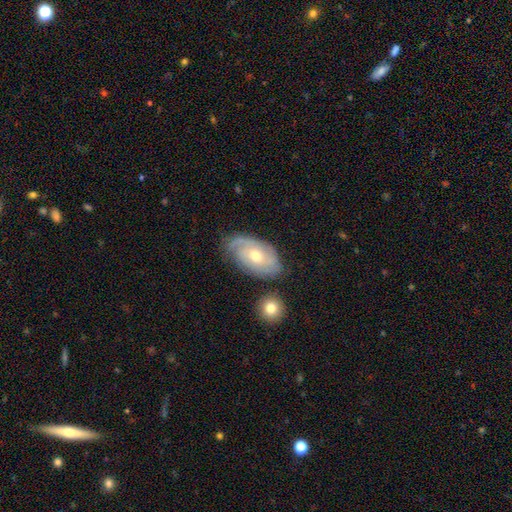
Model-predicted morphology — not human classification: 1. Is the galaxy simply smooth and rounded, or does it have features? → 72% featured or disk, 22% smooth, 6% star or artifact.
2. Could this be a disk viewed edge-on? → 93% no, 7% yes.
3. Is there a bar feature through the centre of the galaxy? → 70% no, 26% weak, 4% strong.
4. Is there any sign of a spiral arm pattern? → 89% yes, 11% no.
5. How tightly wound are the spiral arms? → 62% tight, 28% medium, 10% loose.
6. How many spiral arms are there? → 38% can't tell, 29% 2, 14% 1, 12% 3, 4% 4, 3% more than 4.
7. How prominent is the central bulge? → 67% moderate, 28% small, 3% large, 1% none, 1% dominant.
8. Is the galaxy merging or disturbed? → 68% none, 21% minor disturbance, 7% major disturbance, 5% merger.